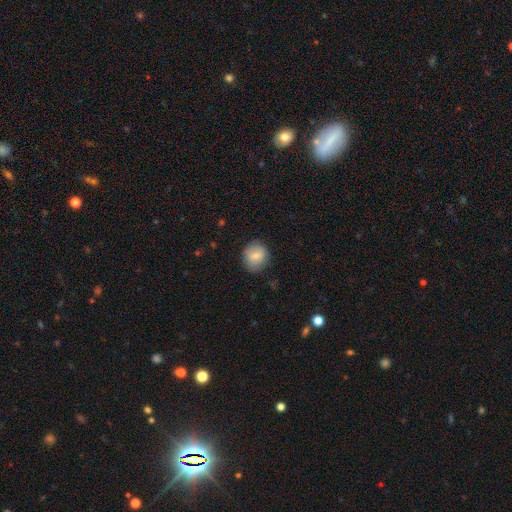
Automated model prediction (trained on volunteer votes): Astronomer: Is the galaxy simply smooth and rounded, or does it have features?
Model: smooth — 74%.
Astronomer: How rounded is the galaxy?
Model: round — 76%.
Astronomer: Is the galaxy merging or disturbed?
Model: none — 81%.